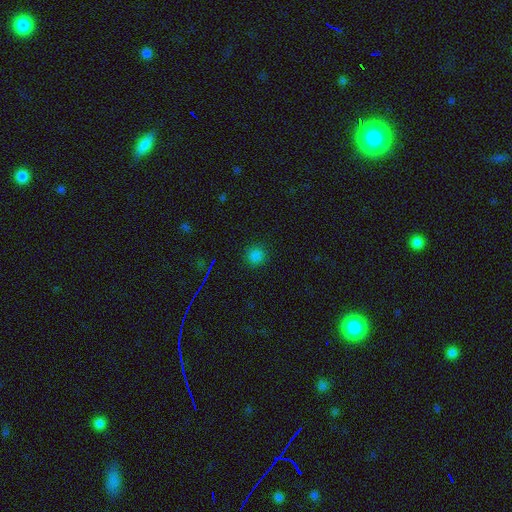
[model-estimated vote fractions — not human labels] Smooth or featured? Predicted: smooth (p=0.79). How rounded? Predicted: round (p=0.94). Merging? Predicted: none (p=0.91).